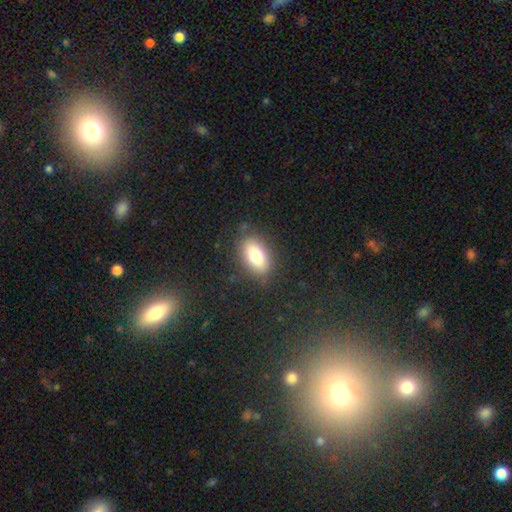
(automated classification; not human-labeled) Smooth or featured: smooth — 77% (featured or disk — 14%)
How rounded: in between — 88% (round — 7%)
Merging: none — 83% (minor disturbance — 12%)